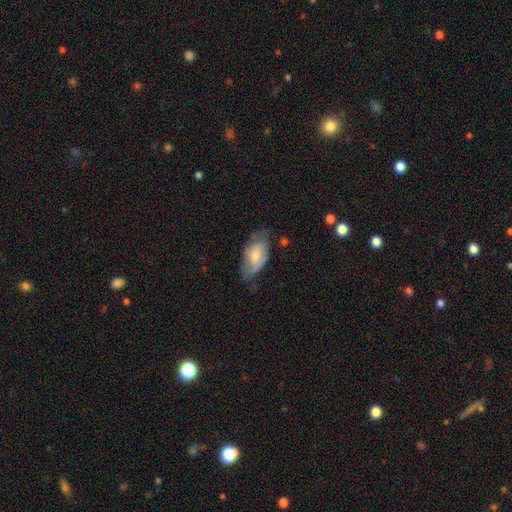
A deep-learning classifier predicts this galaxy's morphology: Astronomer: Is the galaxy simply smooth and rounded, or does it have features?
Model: smooth — 61%.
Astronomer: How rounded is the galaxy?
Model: in between — 93%.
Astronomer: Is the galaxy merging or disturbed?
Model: none — 52% (runner-up: minor disturbance, 34%).